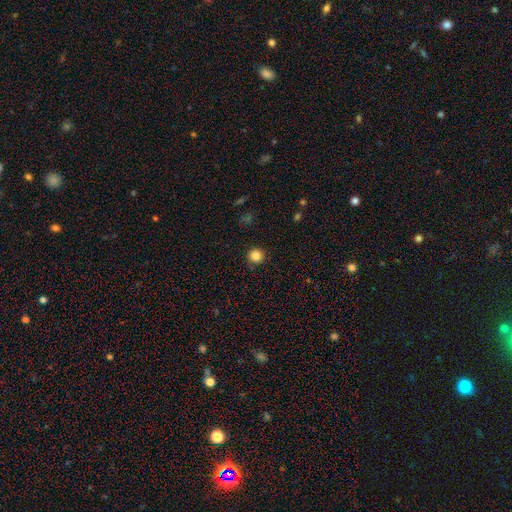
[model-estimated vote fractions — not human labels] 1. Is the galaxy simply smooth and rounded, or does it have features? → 85% smooth, 11% star or artifact, 4% featured or disk.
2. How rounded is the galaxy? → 95% round, 4% in between, 1% cigar-shaped.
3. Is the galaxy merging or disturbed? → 92% none, 5% minor disturbance, 2% major disturbance, 1% merger.